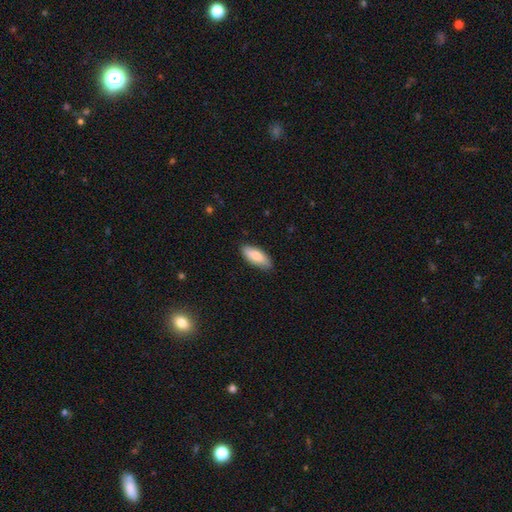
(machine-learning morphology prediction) The model was most divided on "how rounded": in between: 81%, cigar-shaped: 17%, round: 2%. More confident: merging — none (84%); smooth or featured — smooth (82%).